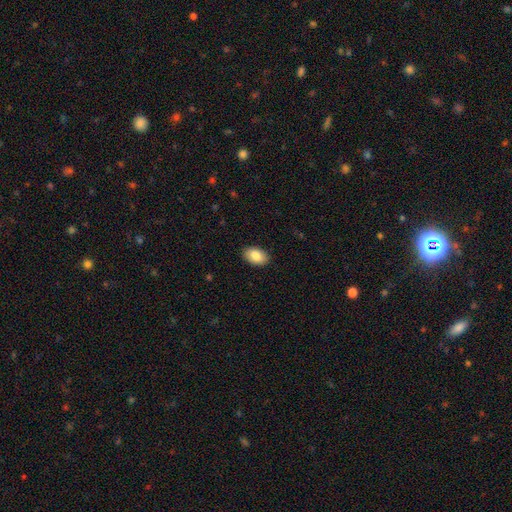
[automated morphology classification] A smooth galaxy with no disk features (87%) that is in between round and cigar-shaped (92%). Merging: none (89%).